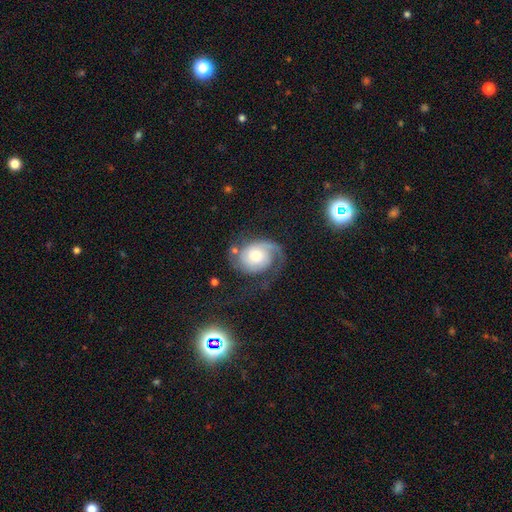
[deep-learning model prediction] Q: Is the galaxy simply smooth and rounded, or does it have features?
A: featured or disk — 76%.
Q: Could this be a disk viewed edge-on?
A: no — 97%.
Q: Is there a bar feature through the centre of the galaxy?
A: no — 73%.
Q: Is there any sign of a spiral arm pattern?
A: yes — 94%.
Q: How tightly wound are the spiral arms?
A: tight — 40%.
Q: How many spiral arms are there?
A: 2 — 52%.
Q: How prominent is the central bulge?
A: moderate — 55%.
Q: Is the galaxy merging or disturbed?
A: none — 51%.